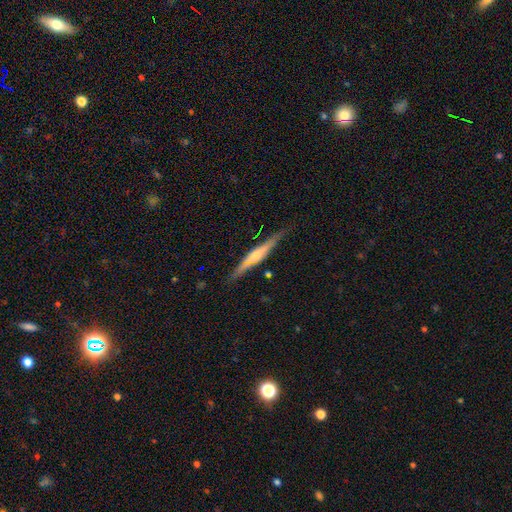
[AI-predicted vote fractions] Smooth or featured?
  - featured or disk: 70% *
  - smooth: 24%
  - star or artifact: 6%
Edge-on disk?
  - yes: 96% *
  - no: 4%
Edge-on bulge?
  - rounded: 75% *
  - none: 14%
  - boxy: 11%
Merging?
  - none: 86% *
  - minor disturbance: 10%
  - major disturbance: 2%
  - merger: 2%